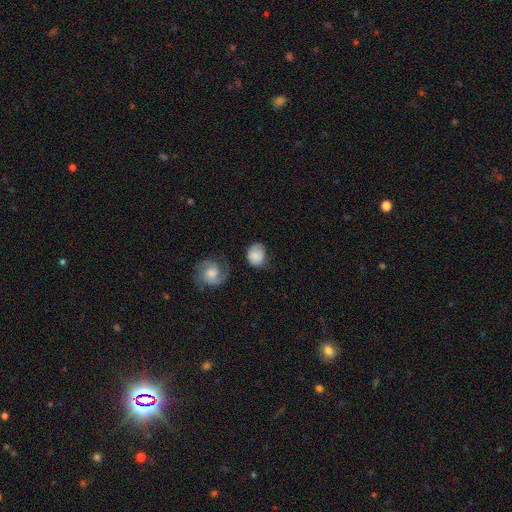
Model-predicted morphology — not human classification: A smooth galaxy with no disk features (77%) that is round (60%). Merging: none (63%).